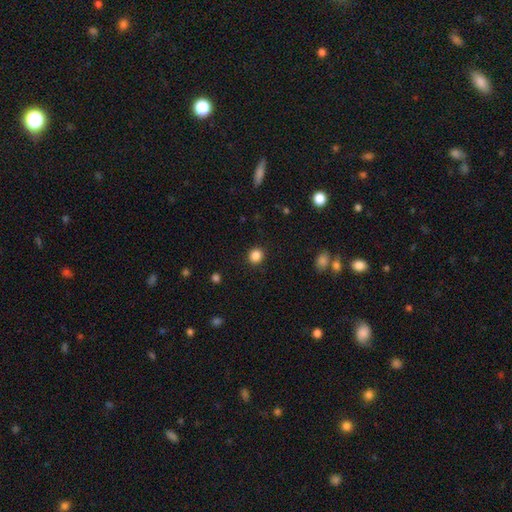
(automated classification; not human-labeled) Overall: smooth (86%). How rounded: round (88%). Merging: none (92%).